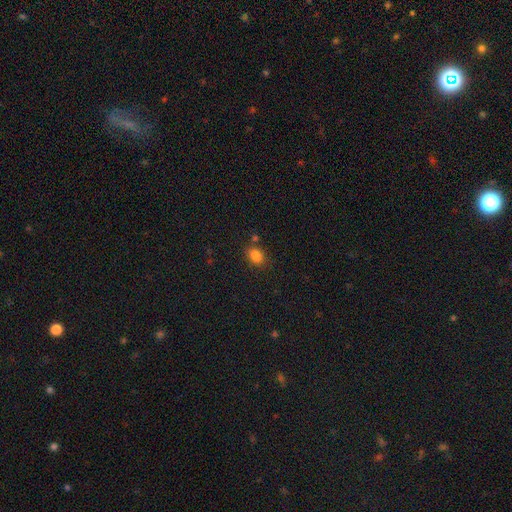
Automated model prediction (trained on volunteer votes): Smooth or featured? Predicted: smooth (p=0.83). How rounded? Predicted: in between (p=0.69). Merging? Predicted: none (p=0.73).